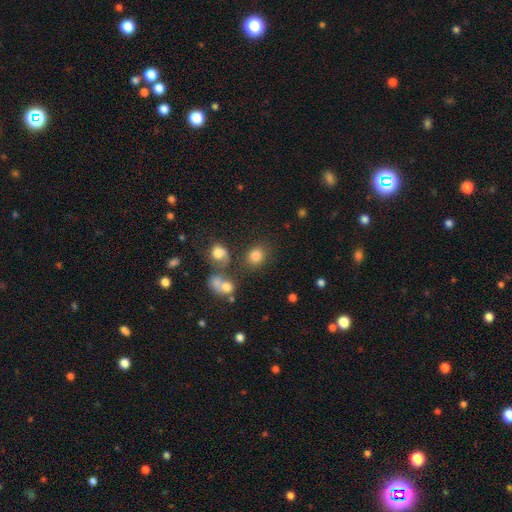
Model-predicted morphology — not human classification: Q: Smooth or featured?
A: smooth (80%); runner-up: star or artifact (13%)
Q: How rounded?
A: round (69%); runner-up: in between (30%)
Q: Merging?
A: none (69%); runner-up: merger (13%)